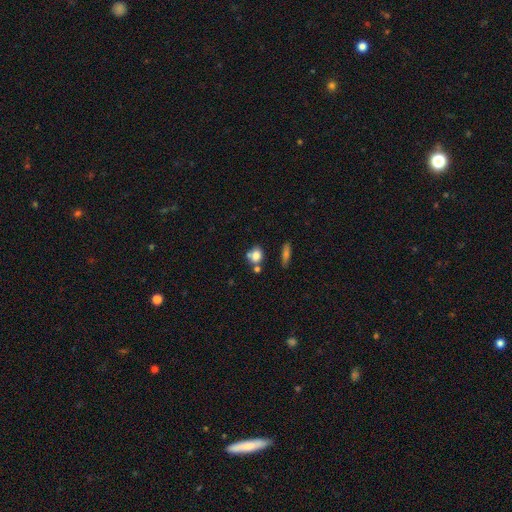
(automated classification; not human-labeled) smooth-or-featured: smooth: 77% | featured or disk: 11% | star or artifact: 11%
  how-rounded: round: 58% | in between: 39% | cigar-shaped: 3%
  merging: none: 54% | merger: 27% | minor disturbance: 14% | major disturbance: 5%